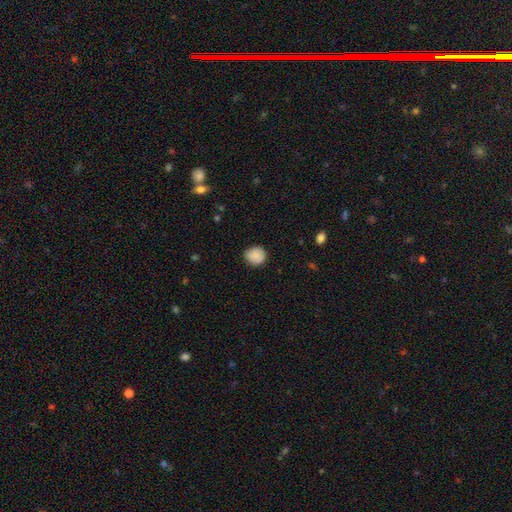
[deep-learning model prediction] A smooth galaxy with no disk features (87%) that is round (87%). Merging: none (80%).